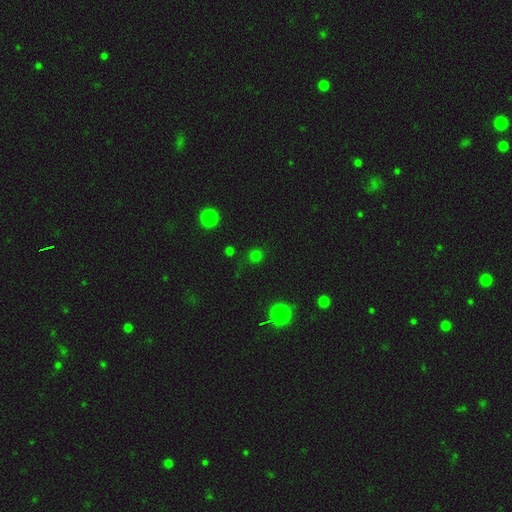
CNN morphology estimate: Overall: smooth (72%). How rounded: round (91%). Merging: none (85%).